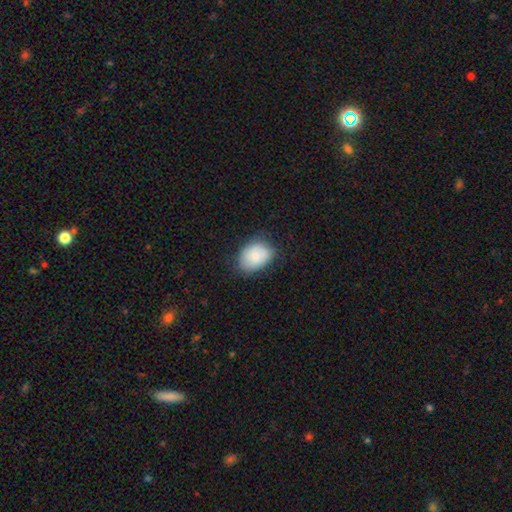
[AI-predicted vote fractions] Smooth or featured?
  - smooth: 84% *
  - featured or disk: 9%
  - star or artifact: 7%
How rounded?
  - in between: 75% *
  - round: 24%
  - cigar-shaped: 1%
Merging?
  - none: 74% *
  - minor disturbance: 20%
  - major disturbance: 5%
  - merger: 1%